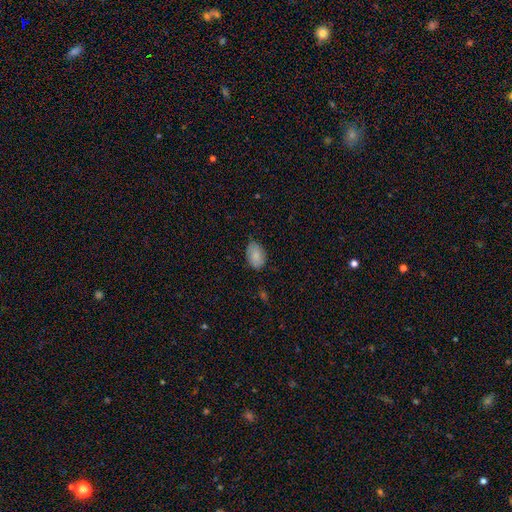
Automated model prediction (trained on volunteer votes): A smooth galaxy with no disk features (85%) that is in between round and cigar-shaped (88%). Merging: none (75%).